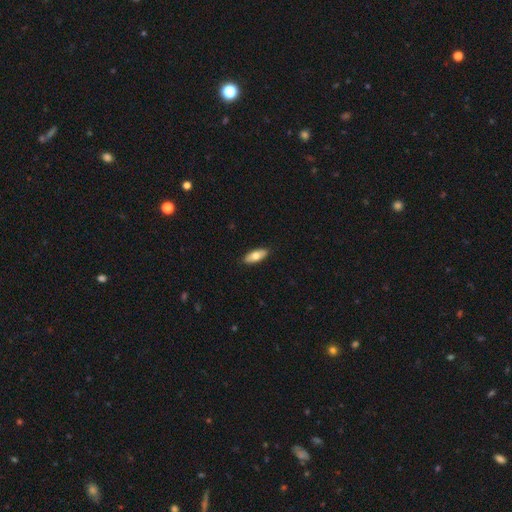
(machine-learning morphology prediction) The model was most divided on "smooth or featured": smooth: 74%, featured or disk: 21%, star or artifact: 6%. More confident: merging — none (89%); how rounded — in between (82%).